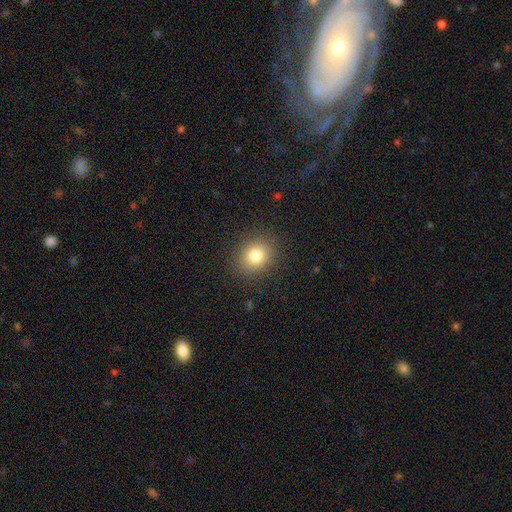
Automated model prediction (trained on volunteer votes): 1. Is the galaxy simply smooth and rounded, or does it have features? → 80% smooth, 12% star or artifact, 8% featured or disk.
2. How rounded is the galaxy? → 75% round, 24% in between, 1% cigar-shaped.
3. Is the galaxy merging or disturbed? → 88% none, 8% minor disturbance, 3% major disturbance, 1% merger.